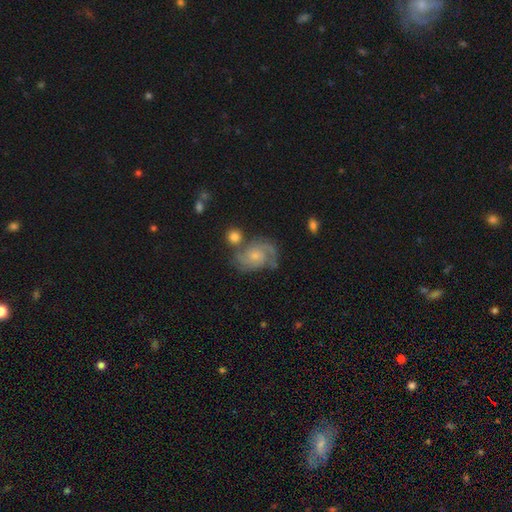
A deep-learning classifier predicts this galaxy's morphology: This appears to be a featured or disk galaxy (83%) with no bar (71%), 2 (62%) medium (48%) spiral arms (96%) and a small central bulge (65%). Merging: none (58%).